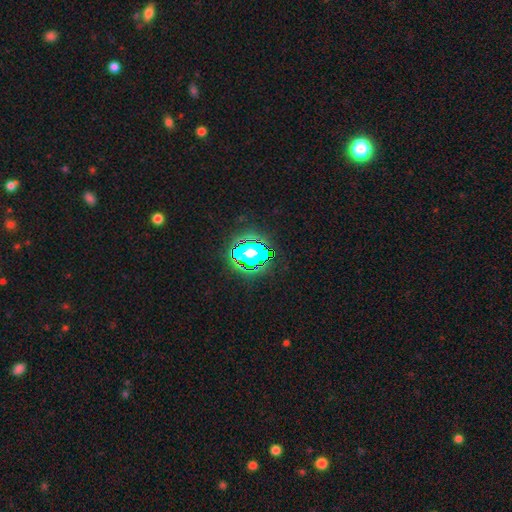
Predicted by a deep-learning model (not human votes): smooth-or-featured: star or artifact: 78% | smooth: 14% | featured or disk: 8%